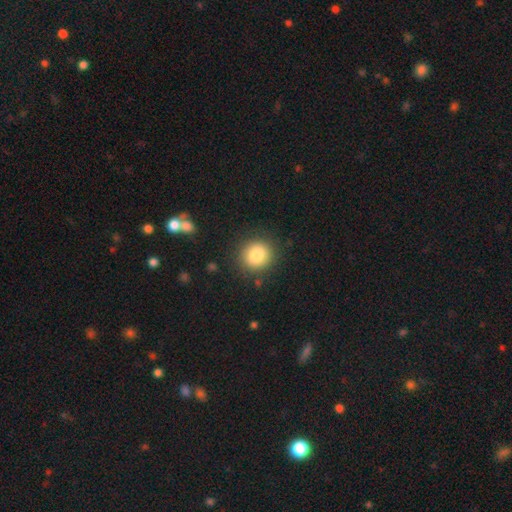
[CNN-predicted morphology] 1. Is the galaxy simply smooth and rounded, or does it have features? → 84% smooth, 10% star or artifact, 7% featured or disk.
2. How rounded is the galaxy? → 86% round, 13% in between, 1% cigar-shaped.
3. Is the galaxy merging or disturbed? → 87% none, 8% minor disturbance, 3% major disturbance, 2% merger.